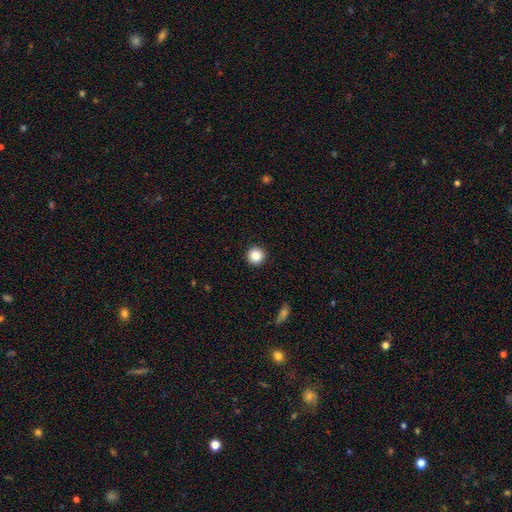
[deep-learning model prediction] This appears to be a smooth galaxy with no disk features (87%) that is round (96%). Merging: none (93%).